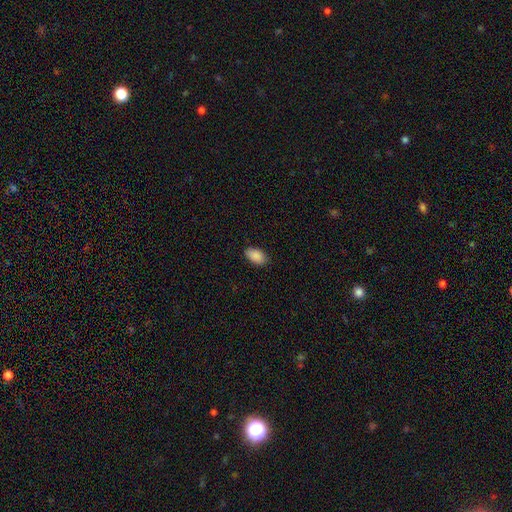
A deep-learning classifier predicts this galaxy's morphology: This is clearly a smooth galaxy (89%). How rounded: clearly in between (93%). Merging: clearly none (85%).